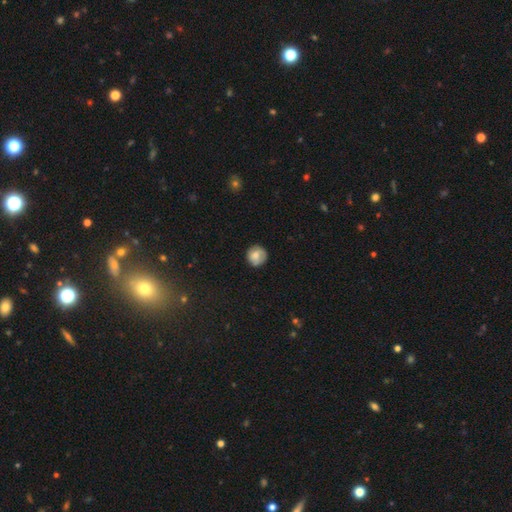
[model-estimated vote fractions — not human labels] Smooth or featured? smooth (74%)
How rounded? round (92%)
Merging? none (82%)